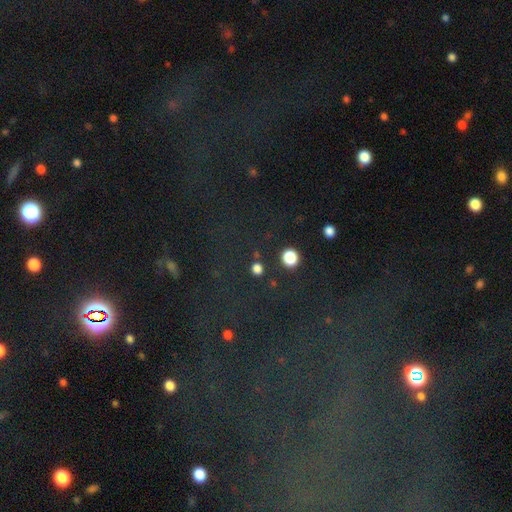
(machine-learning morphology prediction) star or artifact 75%, featured or disk 13%, smooth 12%.